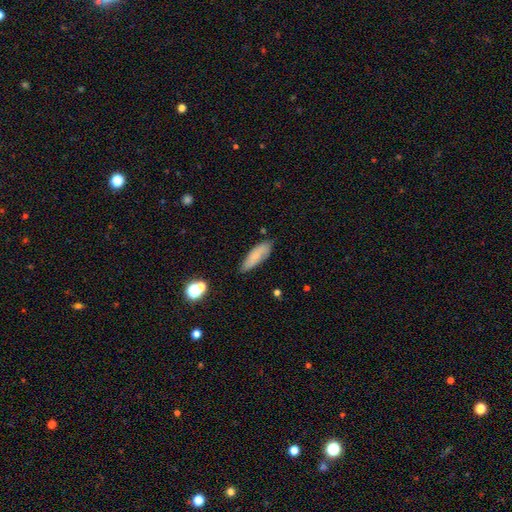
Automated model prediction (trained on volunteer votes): Smooth or featured?
  - smooth: 71% *
  - featured or disk: 21%
  - star or artifact: 8%
How rounded?
  - in between: 54% *
  - cigar-shaped: 44%
  - round: 2%
Merging?
  - none: 71% *
  - minor disturbance: 22%
  - major disturbance: 4%
  - merger: 3%